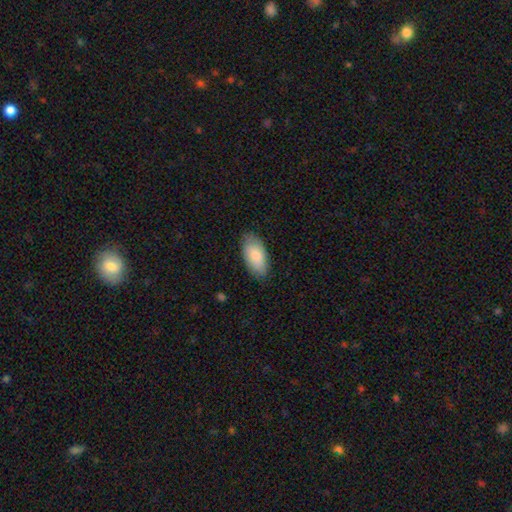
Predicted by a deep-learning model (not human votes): This appears to be a smooth galaxy with no disk features (78%) that is in between round and cigar-shaped (94%). Merging: none (79%).